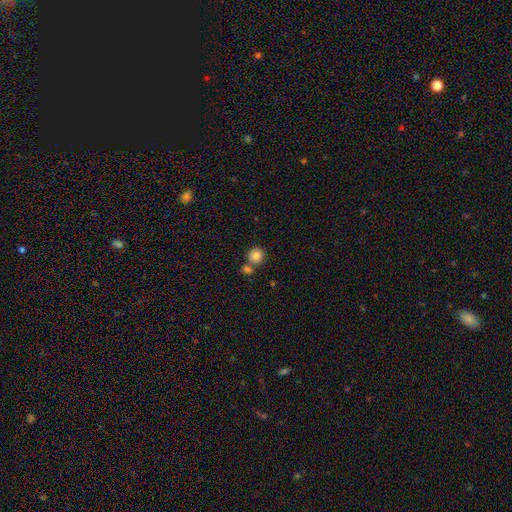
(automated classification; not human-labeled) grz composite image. It shows a smooth galaxy with no disk features (84%) that is round (87%). Merging: none (61%).